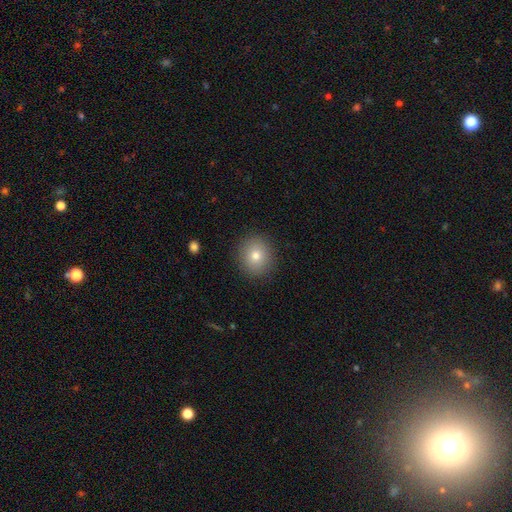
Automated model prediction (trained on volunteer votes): Smooth or featured: smooth — 77% (star or artifact — 12%)
How rounded: round — 82% (in between — 17%)
Merging: none — 90% (minor disturbance — 6%)